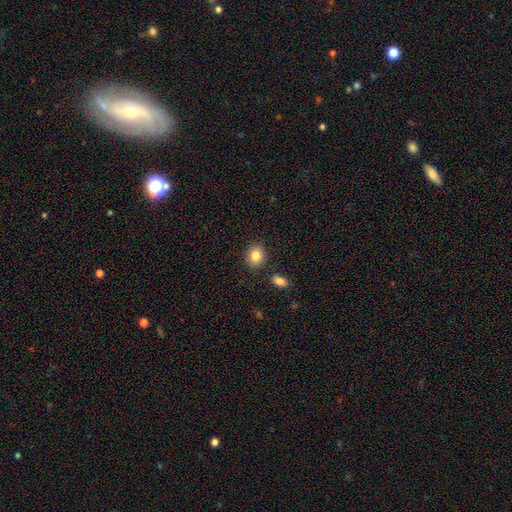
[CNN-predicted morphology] The model was most divided on "how rounded": round: 68%, in between: 31%, cigar-shaped: 1%. More confident: merging — none (86%); smooth or featured — smooth (85%).